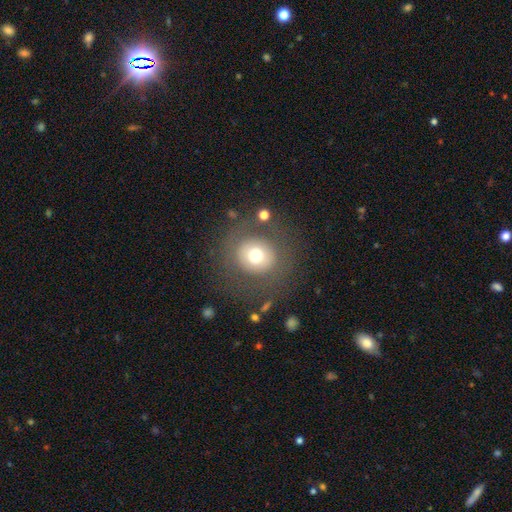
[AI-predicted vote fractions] Smooth or featured? smooth (68%)
How rounded? round (90%)
Merging? none (78%)